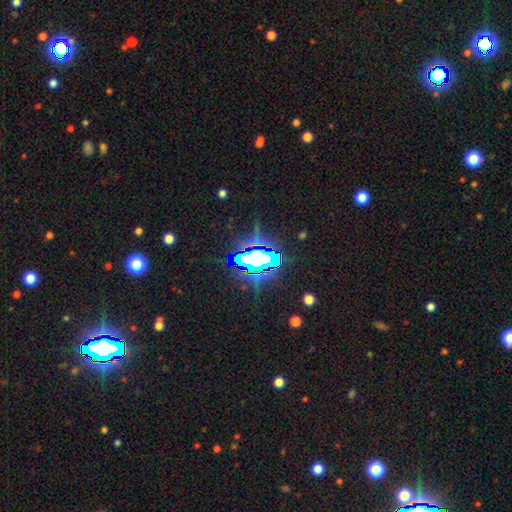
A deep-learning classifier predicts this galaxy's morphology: type=star or artifact (67%).